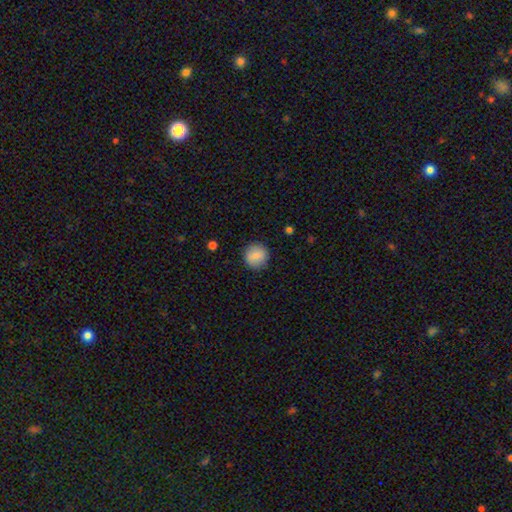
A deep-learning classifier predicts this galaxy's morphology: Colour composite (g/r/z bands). It shows a smooth galaxy with no disk features (83%) that is round (93%). Merging: none (88%).